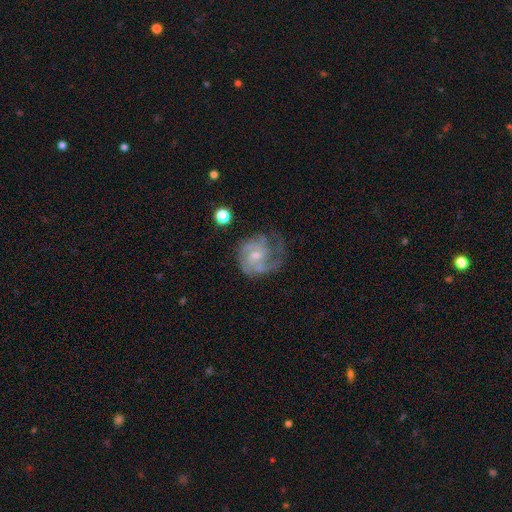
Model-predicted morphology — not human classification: Overall: featured or disk (80%). Edge-on disk: no (98%). Bar: no (53%; weak 41%). Spiral arms: yes (92%). Spiral arm count: 2 (30%; can't tell 28%). Spiral winding: tight (44%; medium 41%). Bulge size: small (59%; moderate 33%). Merging: none (50%; minor disturbance 24%).